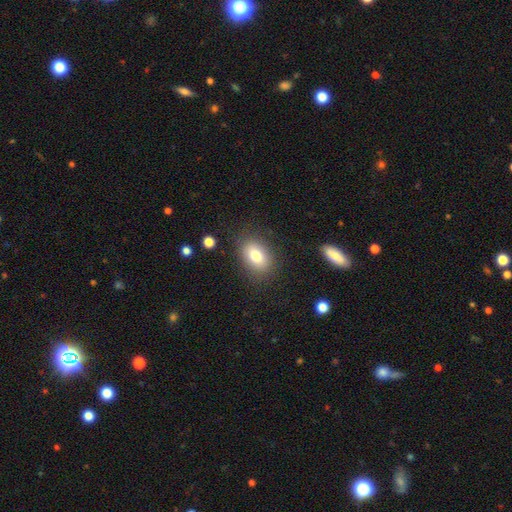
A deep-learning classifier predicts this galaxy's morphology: smooth 78%, featured or disk 12%, star or artifact 10%. Down the decision tree: how rounded — in between (80%); merging — none (83%).